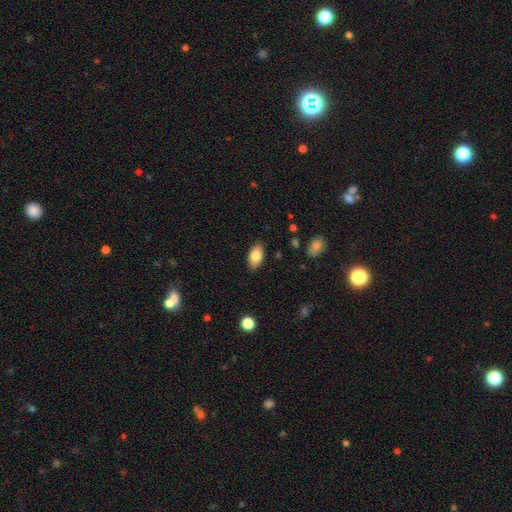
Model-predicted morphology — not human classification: This appears to be a smooth galaxy with no disk features (80%) that is in between round and cigar-shaped (93%). Merging: none (86%).